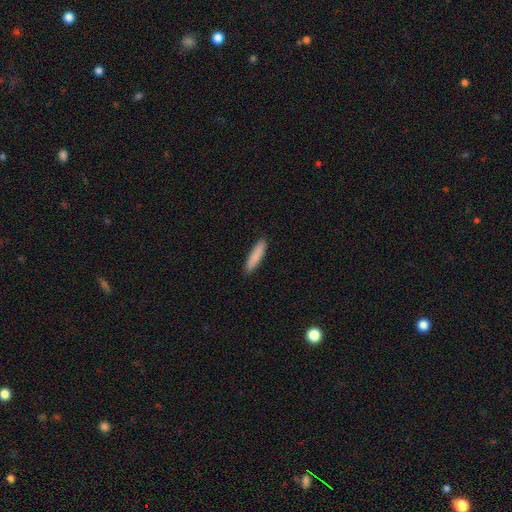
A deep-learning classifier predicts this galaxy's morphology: Smooth or featured?
  - smooth: 87% *
  - featured or disk: 8%
  - star or artifact: 6%
How rounded?
  - cigar-shaped: 80% *
  - in between: 18%
  - round: 1%
Merging?
  - none: 90% *
  - minor disturbance: 7%
  - major disturbance: 2%
  - merger: 1%